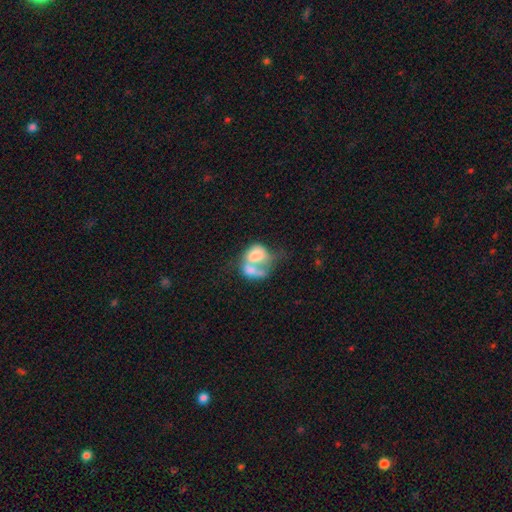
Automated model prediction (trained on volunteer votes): A smooth galaxy with no disk features (63%) that is in between round and cigar-shaped (65%). Merging: merger (69%).